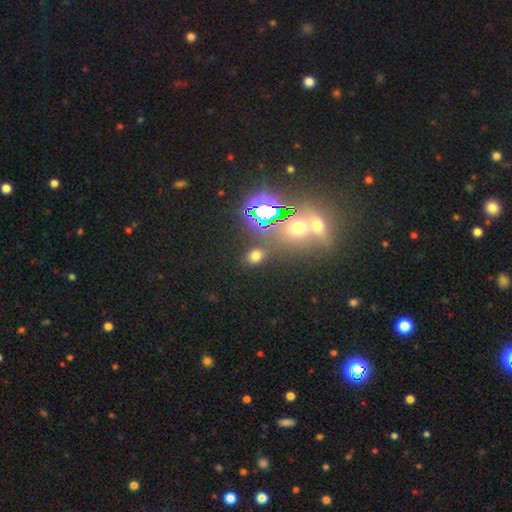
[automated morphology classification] A smooth galaxy with no disk features (62%) that is round (50%).

Vote fractions:
- Smooth or featured? smooth: 62% / star or artifact: 31% / featured or disk: 7%
- How rounded? round: 50% / in between: 48% / cigar-shaped: 2%
- Merging? none: 79% / minor disturbance: 9% / merger: 9% / major disturbance: 4%